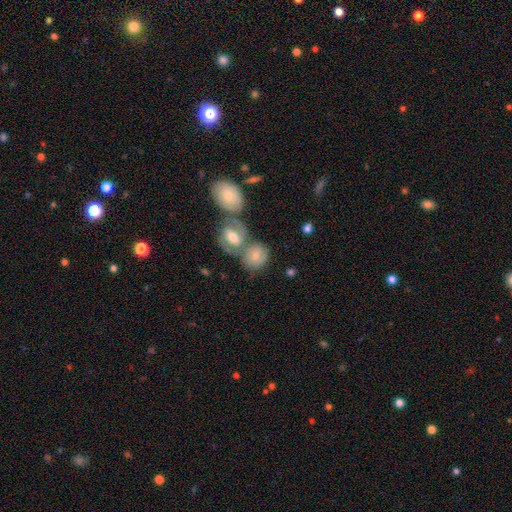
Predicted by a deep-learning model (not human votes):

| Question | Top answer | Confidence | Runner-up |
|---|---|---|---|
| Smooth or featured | smooth | 59% | featured or disk (33%) |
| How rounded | round | 71% | in between (28%) |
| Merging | merger | 49% | none (36%) |